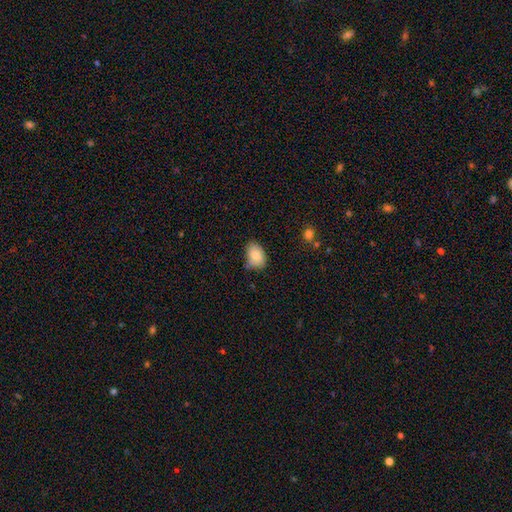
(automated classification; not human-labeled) smooth-or-featured: smooth: 82% | featured or disk: 10% | star or artifact: 8%
  how-rounded: in between: 80% | round: 19% | cigar-shaped: 1%
  merging: none: 68% | minor disturbance: 23% | merger: 5% | major disturbance: 4%